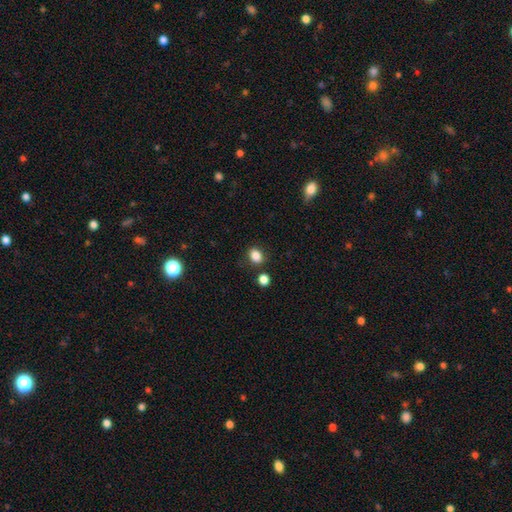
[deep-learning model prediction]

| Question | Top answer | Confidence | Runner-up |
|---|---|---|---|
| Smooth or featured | smooth | 85% | star or artifact (11%) |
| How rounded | in between | 54% | round (45%) |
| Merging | none | 81% | minor disturbance (11%) |